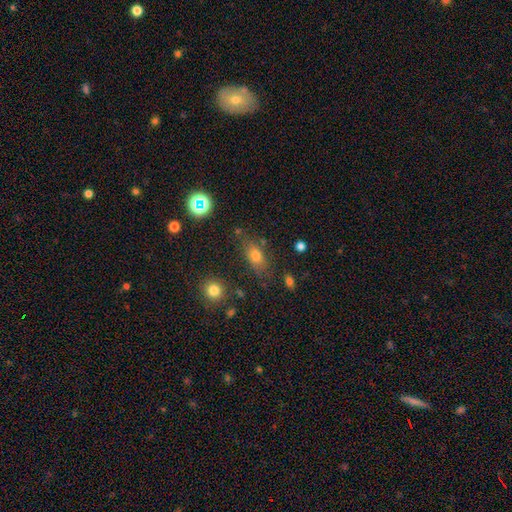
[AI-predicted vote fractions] This is likely a smooth galaxy (70%). How rounded: likely in between (73%). Merging: likely none (73%).